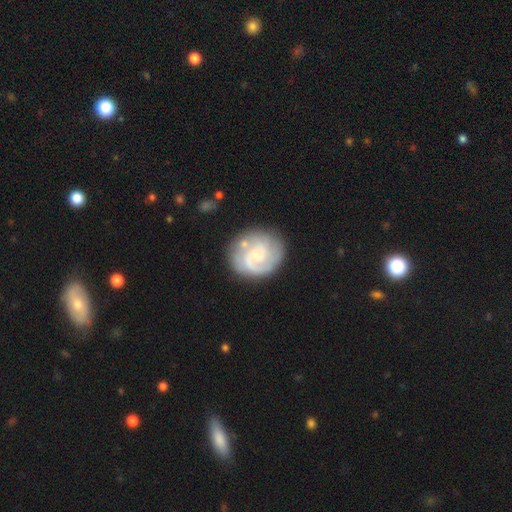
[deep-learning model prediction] Morphology: type=featured or disk (74%); edge-on=no (98%); bar=no (57%); spiral arms=yes (93%); winding=tight (51%); arm count=2 (50%); bulge=small (42%); merging=none (72%).